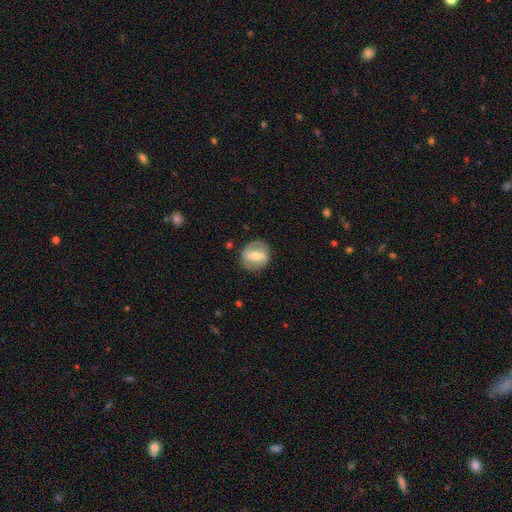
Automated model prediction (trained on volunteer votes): smooth-or-featured: featured or disk: 60% | smooth: 34% | star or artifact: 6%
  disk-edge-on: no: 93% | yes: 7%
    bar: strong: 56% | weak: 30% | no: 14%
    has-spiral-arms: yes: 55% | no: 45%
    bulge-size: moderate: 57% | small: 36% | large: 4% | none: 2% | dominant: 1%
  merging: none: 82% | minor disturbance: 12% | major disturbance: 4% | merger: 1%